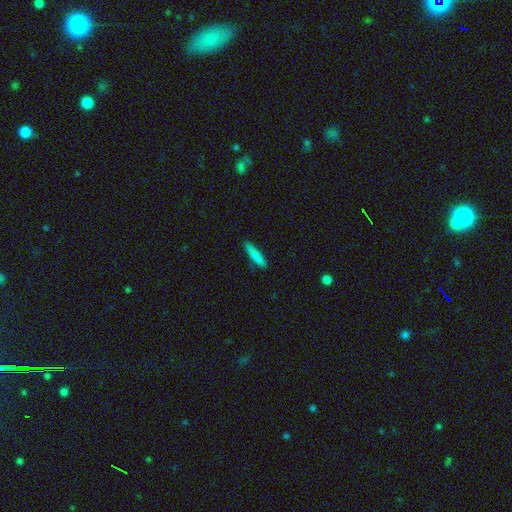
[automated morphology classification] Smooth or featured? Predicted: smooth (p=0.83). How rounded? Predicted: cigar-shaped (p=0.88). Merging? Predicted: none (p=0.87).